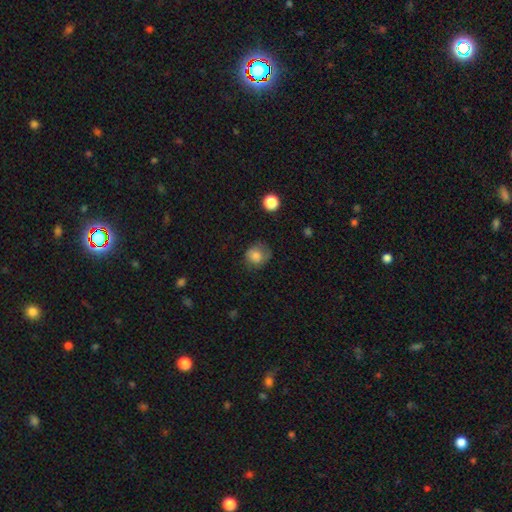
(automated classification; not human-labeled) smooth 80%, featured or disk 11%, star or artifact 10%. Down the decision tree: how rounded — round (78%); merging — none (61%).